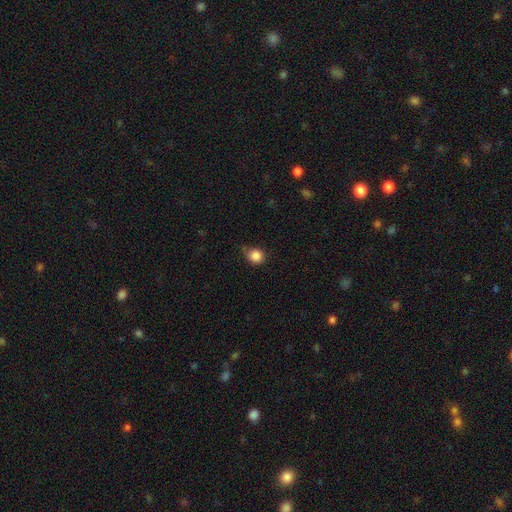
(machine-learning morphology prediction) type=smooth (86%); roundness=round (82%); merging=none (59%).